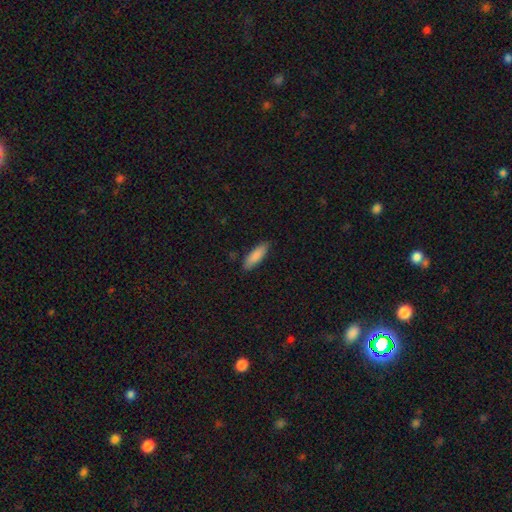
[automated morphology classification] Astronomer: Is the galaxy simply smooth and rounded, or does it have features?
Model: smooth — 86%.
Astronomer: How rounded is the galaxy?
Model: in between — 50% (runner-up: cigar-shaped, 48%).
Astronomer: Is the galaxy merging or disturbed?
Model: none — 87%.